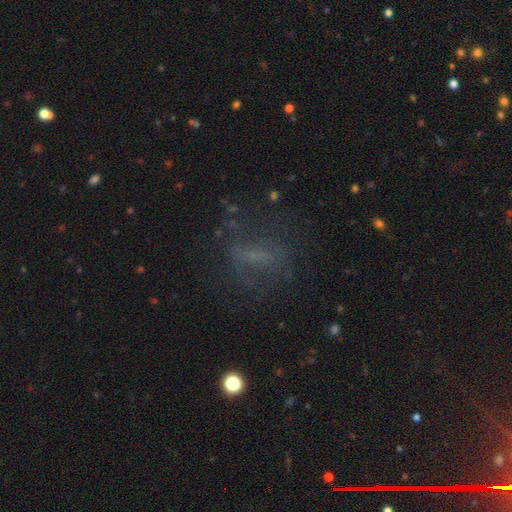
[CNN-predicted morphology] Smooth or featured? smooth (39%)
Merging? none (60%)